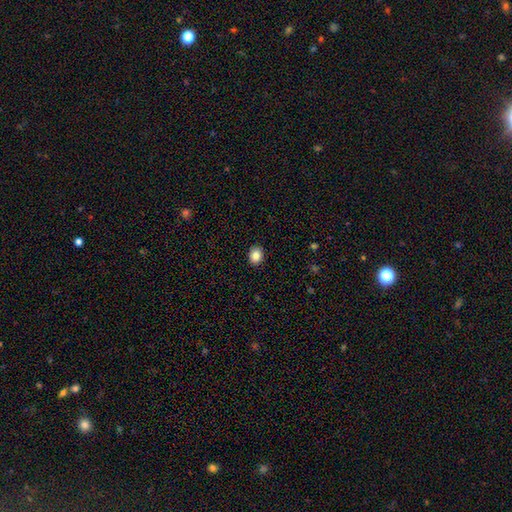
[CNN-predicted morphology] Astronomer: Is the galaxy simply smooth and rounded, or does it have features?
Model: smooth — 85%.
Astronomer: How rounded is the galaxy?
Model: in between — 51% (runner-up: round, 49%).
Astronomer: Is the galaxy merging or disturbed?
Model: none — 91%.